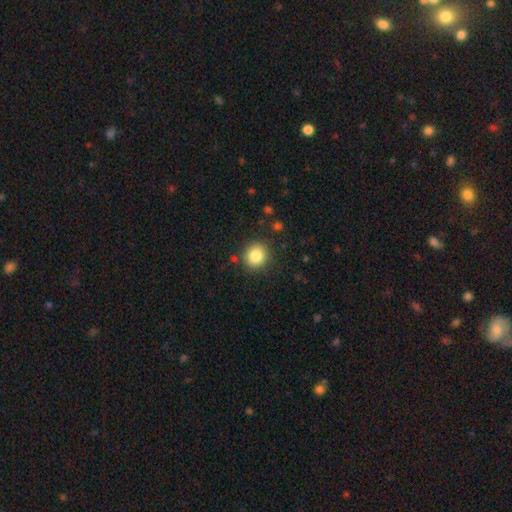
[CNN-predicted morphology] Overall: smooth (84%). How rounded: round (88%). Merging: none (87%).